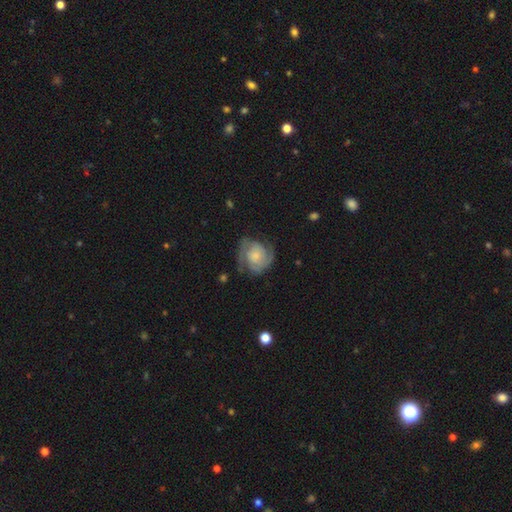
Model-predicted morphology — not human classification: Smooth or featured: featured or disk — 76% (smooth — 18%)
Edge-on disk: no — 98% (yes — 2%)
Bar: no — 74% (weak — 22%)
Spiral arms: yes — 94% (no — 6%)
Spiral winding: tight — 47% (medium — 40%)
Spiral arm count: 2 — 71% (can't tell — 11%)
Bulge size: small — 41% (moderate — 29%)
Merging: none — 68% (minor disturbance — 20%)